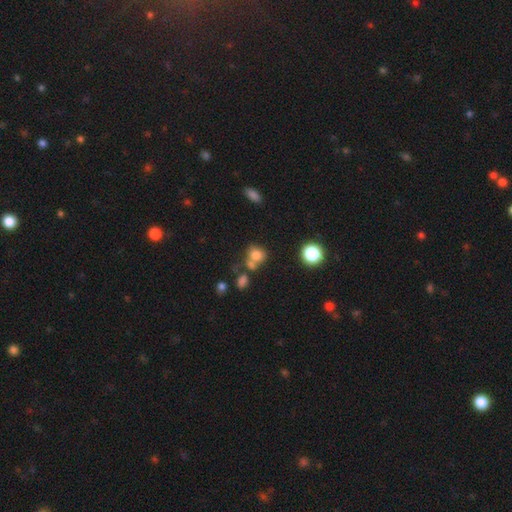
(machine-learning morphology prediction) Overall: smooth (76%). How rounded: round (67%; in between 32%). Merging: none (42%; merger 38%).